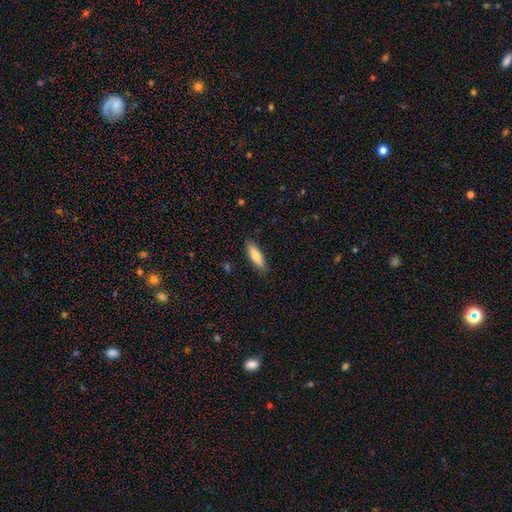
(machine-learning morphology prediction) A smooth galaxy with no disk features (78%) that is in between round and cigar-shaped (51%). Merging: none (87%).